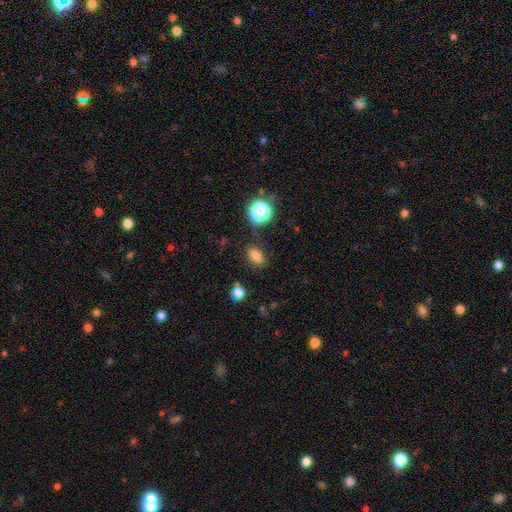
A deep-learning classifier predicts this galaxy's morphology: smooth_or_featured: smooth (p=0.78) [alt: star or artifact p=0.15]
how_rounded: in between (p=0.77) [alt: round p=0.21]
merging: none (p=0.79) [alt: minor disturbance p=0.13]